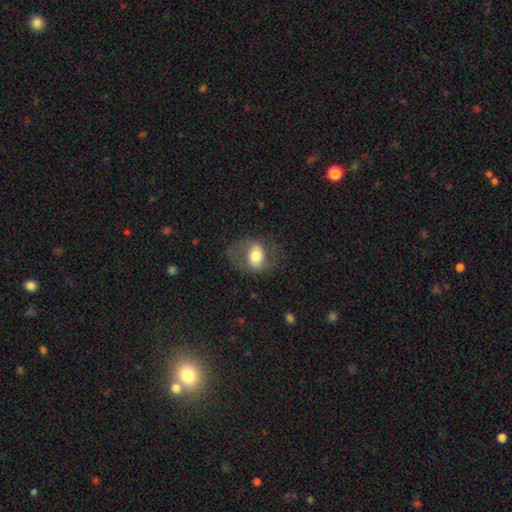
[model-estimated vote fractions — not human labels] Smooth or featured?
  - smooth: 57% *
  - featured or disk: 35%
  - star or artifact: 8%
How rounded?
  - in between: 70% *
  - round: 28%
  - cigar-shaped: 2%
Merging?
  - none: 60% *
  - minor disturbance: 20%
  - major disturbance: 19%
  - merger: 1%